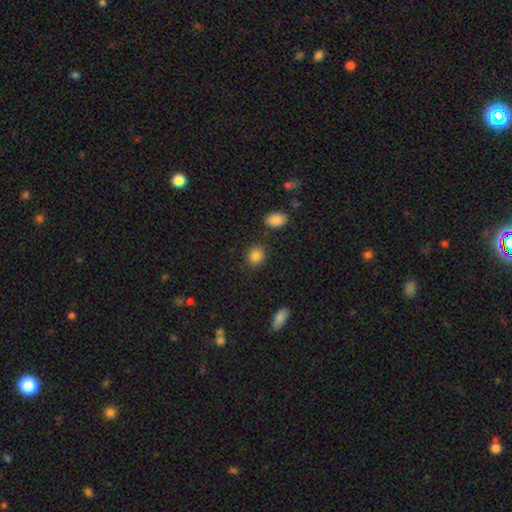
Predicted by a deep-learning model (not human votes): Smooth or featured? smooth (87%)
How rounded? round (71%)
Merging? none (87%)